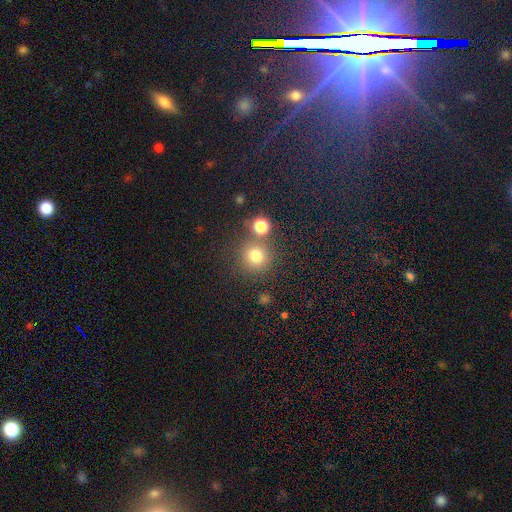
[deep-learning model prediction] A smooth galaxy with no disk features (74%) that is round (93%).

Vote fractions:
- Smooth or featured? smooth: 74% / star or artifact: 19% / featured or disk: 8%
- How rounded? round: 93% / in between: 6% / cigar-shaped: 1%
- Merging? none: 75% / merger: 13% / minor disturbance: 8% / major disturbance: 4%